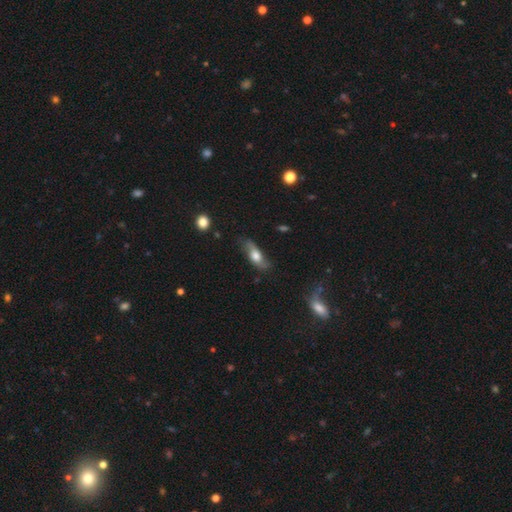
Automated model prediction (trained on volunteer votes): featured or disk 49%, smooth 44%, star or artifact 7%. Down the decision tree: merging — none (66%).